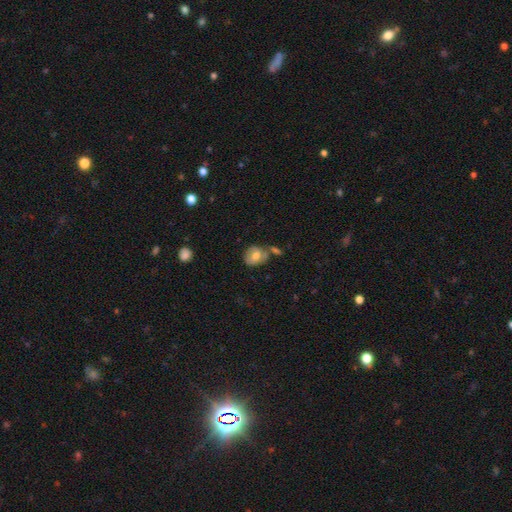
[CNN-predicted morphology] Q: Smooth or featured?
A: smooth (69%); runner-up: featured or disk (23%)
Q: How rounded?
A: round (60%); runner-up: in between (38%)
Q: Merging?
A: none (49%); runner-up: merger (25%)